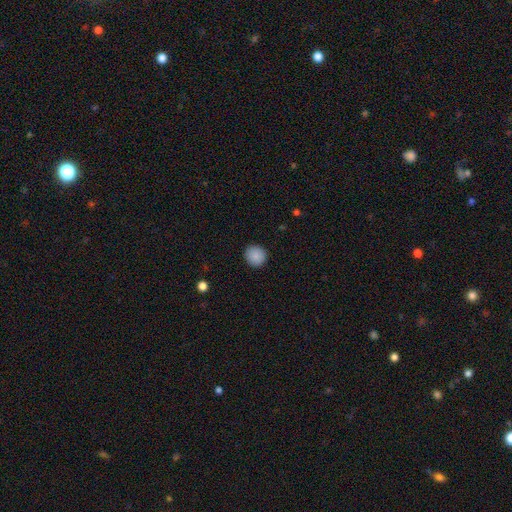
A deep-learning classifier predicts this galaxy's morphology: Q: Smooth or featured?
A: smooth (89%); runner-up: star or artifact (8%)
Q: How rounded?
A: round (92%); runner-up: in between (7%)
Q: Merging?
A: none (91%); runner-up: minor disturbance (6%)